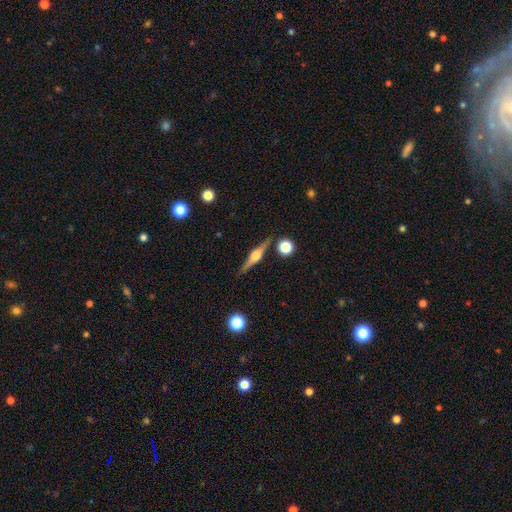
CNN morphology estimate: Q: Smooth or featured?
A: featured or disk (78%); runner-up: smooth (16%)
Q: Edge-on disk?
A: yes (98%); runner-up: no (2%)
Q: Edge-on bulge?
A: rounded (89%); runner-up: boxy (9%)
Q: Merging?
A: none (86%); runner-up: minor disturbance (8%)